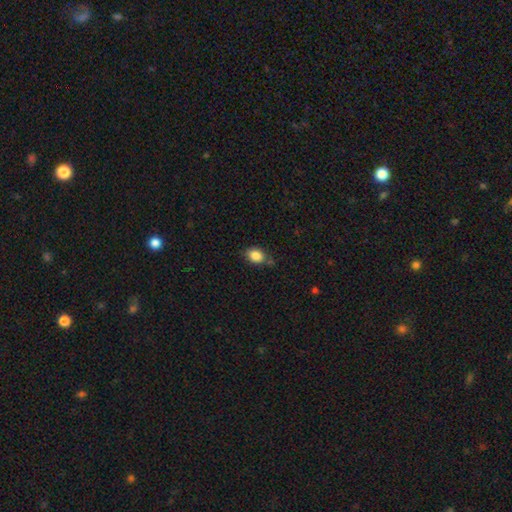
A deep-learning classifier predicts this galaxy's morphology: Smooth or featured? smooth (86%)
How rounded? in between (69%)
Merging? none (71%)